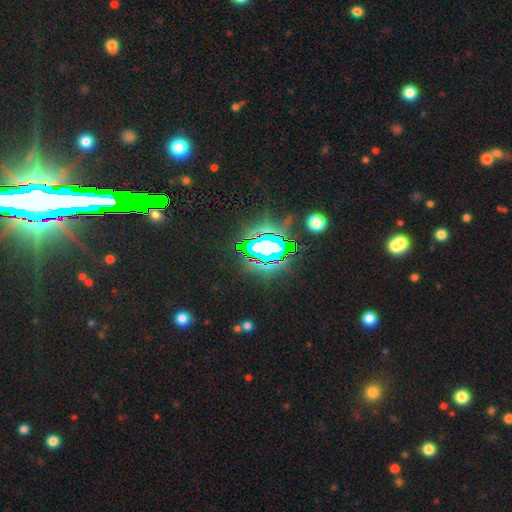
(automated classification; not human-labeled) A star or artifact, not a galaxy (78%).

Vote fractions:
- Smooth or featured? star or artifact: 78% / featured or disk: 11% / smooth: 11%